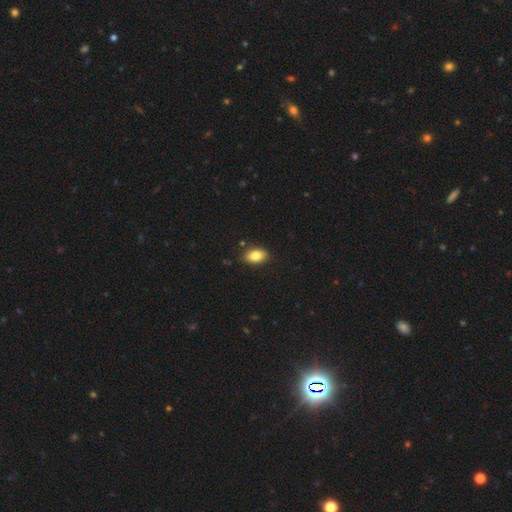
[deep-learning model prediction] Q: Smooth or featured?
A: smooth (83%); runner-up: featured or disk (9%)
Q: How rounded?
A: in between (87%); runner-up: round (11%)
Q: Merging?
A: none (85%); runner-up: minor disturbance (11%)